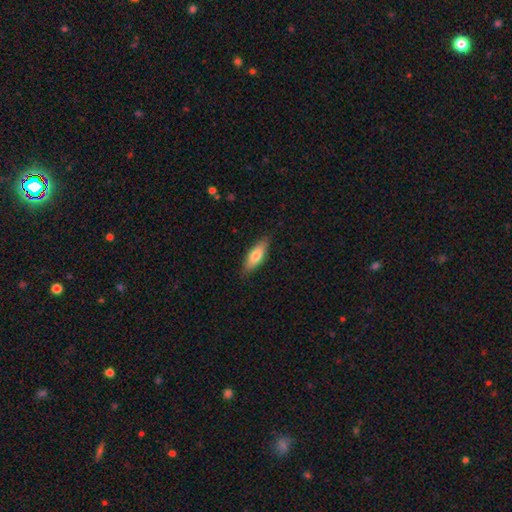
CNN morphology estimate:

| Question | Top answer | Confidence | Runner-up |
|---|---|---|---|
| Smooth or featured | smooth | 76% | featured or disk (19%) |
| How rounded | in between | 66% | cigar-shaped (32%) |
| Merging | none | 84% | minor disturbance (13%) |